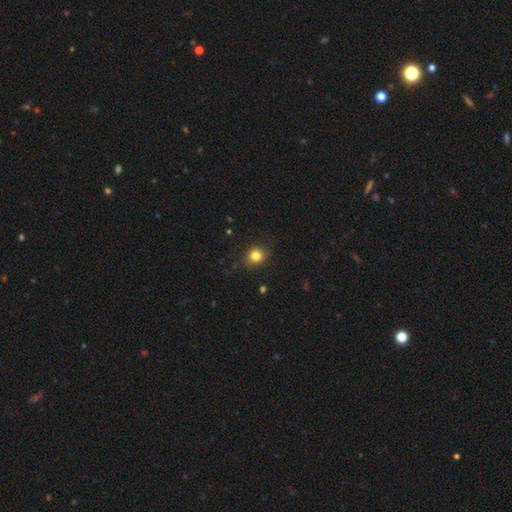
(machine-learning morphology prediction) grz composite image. It shows a smooth galaxy with no disk features (82%) that is round (79%). Merging: none (85%).